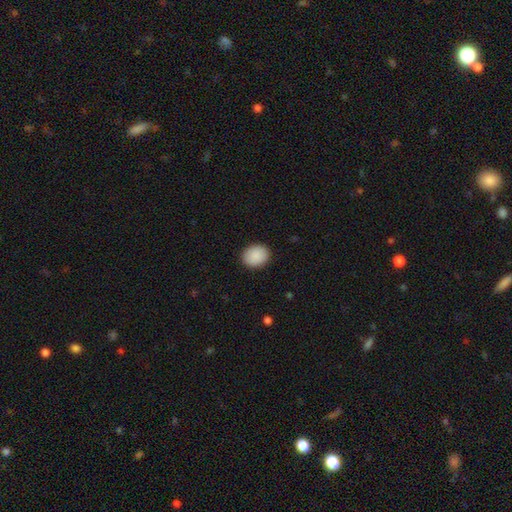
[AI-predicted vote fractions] The model was most divided on "how rounded": round: 56%, in between: 44%, cigar-shaped: 1%. More confident: smooth or featured — smooth (90%); merging — none (90%).